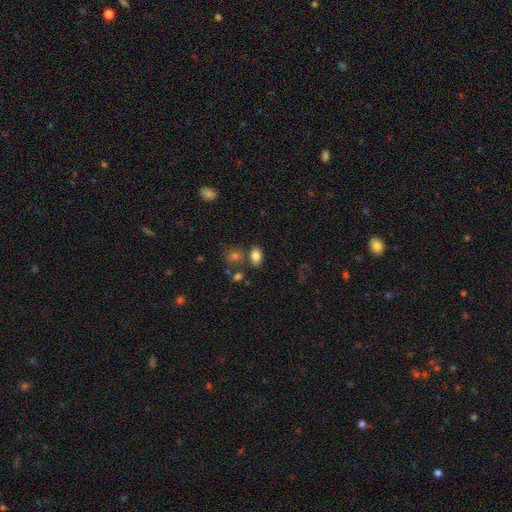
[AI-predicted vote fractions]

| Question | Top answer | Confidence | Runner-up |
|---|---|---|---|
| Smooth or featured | smooth | 82% | star or artifact (10%) |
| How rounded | in between | 84% | round (14%) |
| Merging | none | 72% | minor disturbance (12%) |